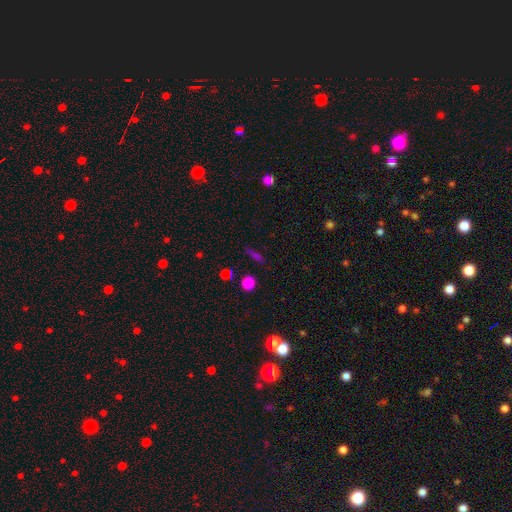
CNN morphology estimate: type=smooth (60%); roundness=cigar-shaped (56%); merging=none (82%).